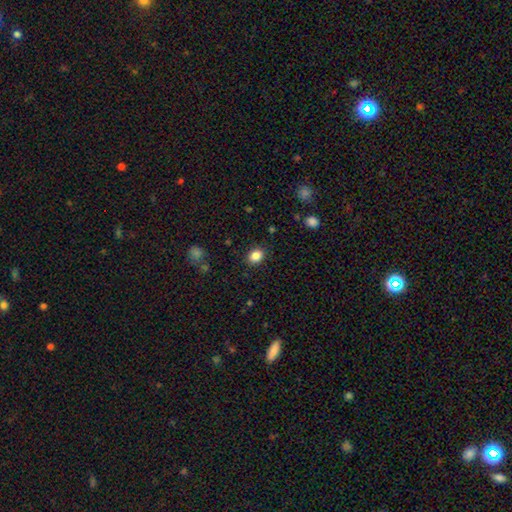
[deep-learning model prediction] A smooth galaxy with no disk features (85%) that is in between round and cigar-shaped (52%).

Vote fractions:
- Smooth or featured? smooth: 85% / star or artifact: 10% / featured or disk: 5%
- How rounded? in between: 52% / round: 47% / cigar-shaped: 1%
- Merging? none: 88% / minor disturbance: 8% / major disturbance: 2% / merger: 1%